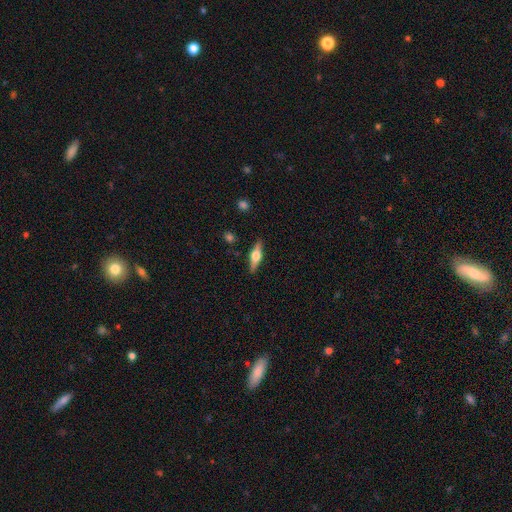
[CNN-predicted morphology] Smooth or featured? Predicted: featured or disk (p=0.64). Edge-on disk? Predicted: yes (p=0.96). Edge-on bulge? Predicted: rounded (p=0.94). Merging? Predicted: none (p=0.88).